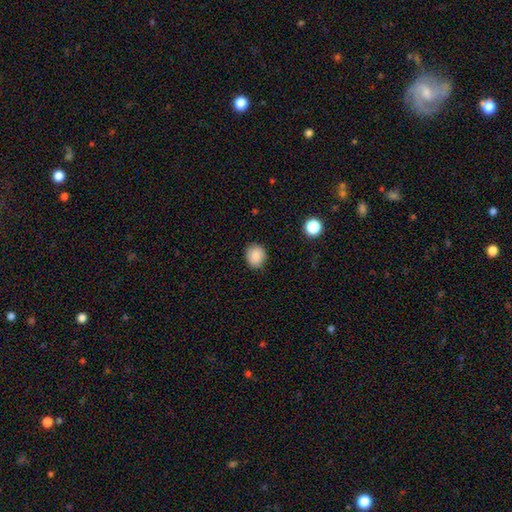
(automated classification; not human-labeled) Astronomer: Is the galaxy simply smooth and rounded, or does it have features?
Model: smooth — 87%.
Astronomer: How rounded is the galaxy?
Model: round — 69%.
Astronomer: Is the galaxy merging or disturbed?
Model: none — 86%.